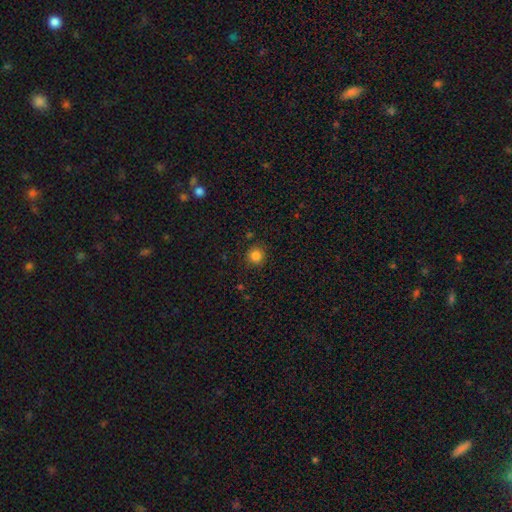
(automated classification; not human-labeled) smooth-or-featured: smooth: 83% | star or artifact: 12% | featured or disk: 5%
  how-rounded: round: 93% | in between: 6% | cigar-shaped: 1%
  merging: none: 89% | minor disturbance: 7% | major disturbance: 2% | merger: 2%